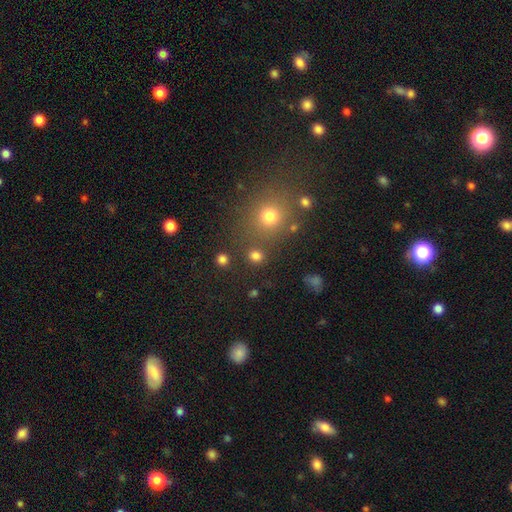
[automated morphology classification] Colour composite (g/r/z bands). It shows a smooth galaxy with no disk features (78%) that is round (81%). Merging: none (80%).